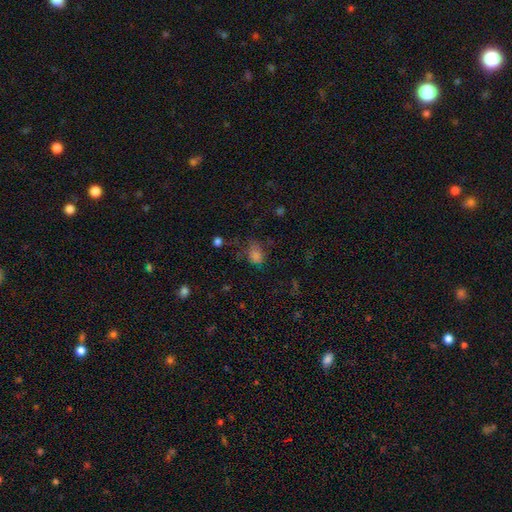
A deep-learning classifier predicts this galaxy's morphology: A smooth galaxy with no disk features (68%) that is in between round and cigar-shaped (63%). Merging: none (50%).